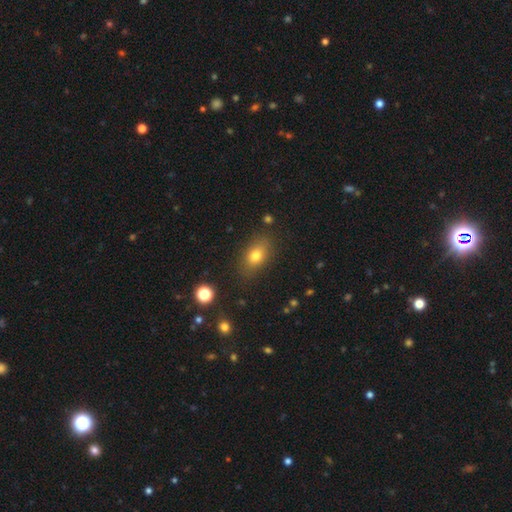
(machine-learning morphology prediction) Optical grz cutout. It shows a smooth galaxy with no disk features (77%) that is in between round and cigar-shaped (78%). Merging: none (82%).